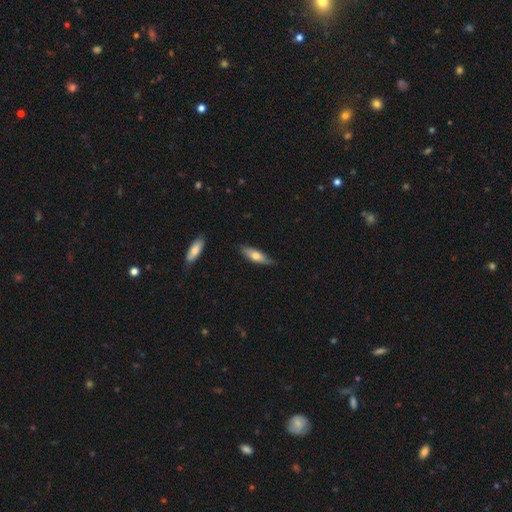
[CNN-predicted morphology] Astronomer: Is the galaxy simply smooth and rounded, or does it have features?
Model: smooth — 60%.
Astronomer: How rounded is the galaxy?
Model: cigar-shaped — 58% (runner-up: in between, 40%).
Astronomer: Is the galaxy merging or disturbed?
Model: none — 80%.